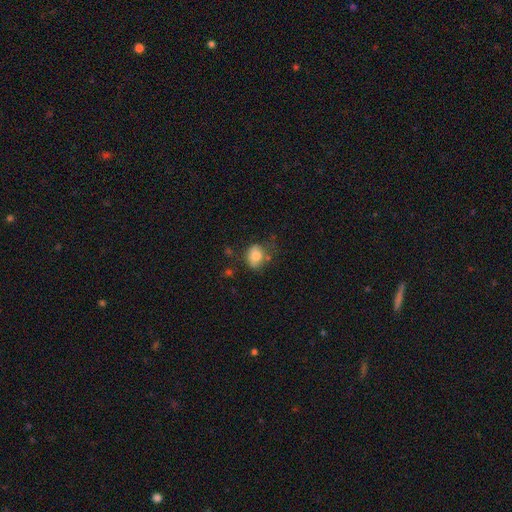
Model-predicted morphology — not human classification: Smooth or featured?
  - smooth: 77% *
  - featured or disk: 14%
  - star or artifact: 9%
How rounded?
  - in between: 60% *
  - round: 39%
  - cigar-shaped: 1%
Merging?
  - none: 55% *
  - minor disturbance: 27%
  - major disturbance: 11%
  - merger: 7%